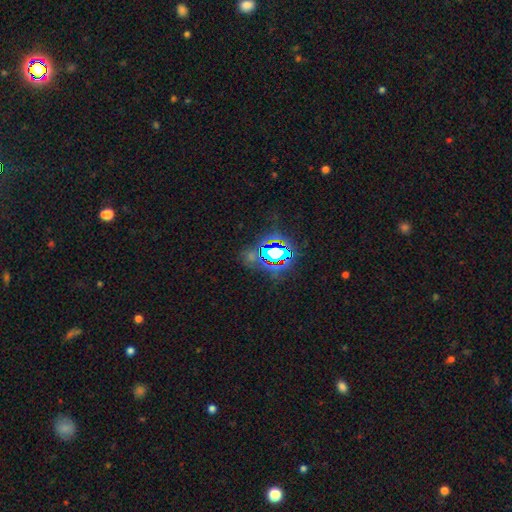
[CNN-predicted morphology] type=star or artifact (76%).